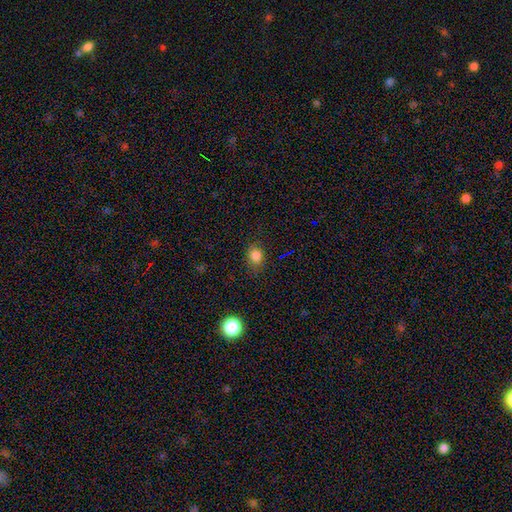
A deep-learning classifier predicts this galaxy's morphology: This appears to be a smooth galaxy with no disk features (81%) that is round (51%). Merging: none (80%).